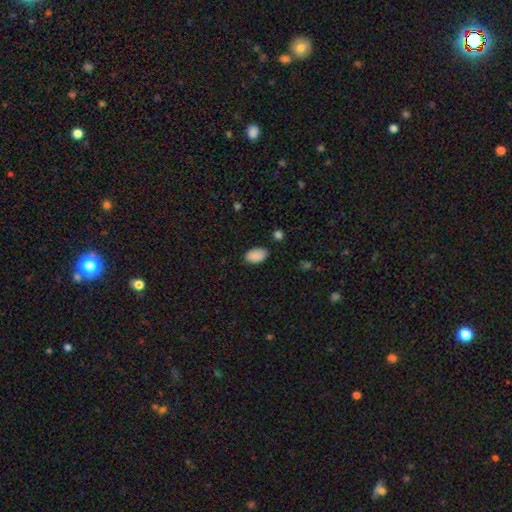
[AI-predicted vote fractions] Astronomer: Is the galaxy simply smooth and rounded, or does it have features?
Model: smooth — 89%.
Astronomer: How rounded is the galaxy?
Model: in between — 93%.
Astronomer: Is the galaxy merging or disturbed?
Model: none — 85%.